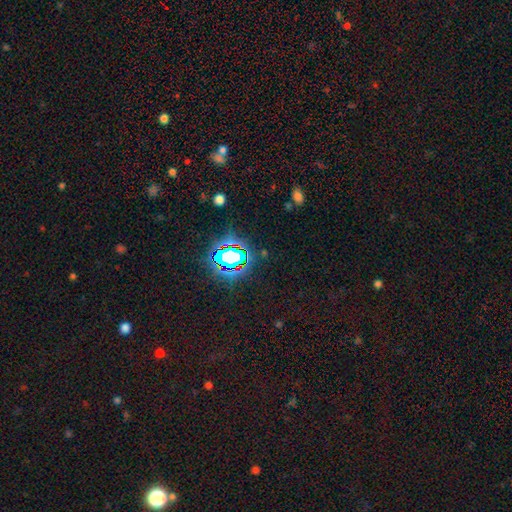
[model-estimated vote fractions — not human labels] A star or artifact, not a galaxy (74%).